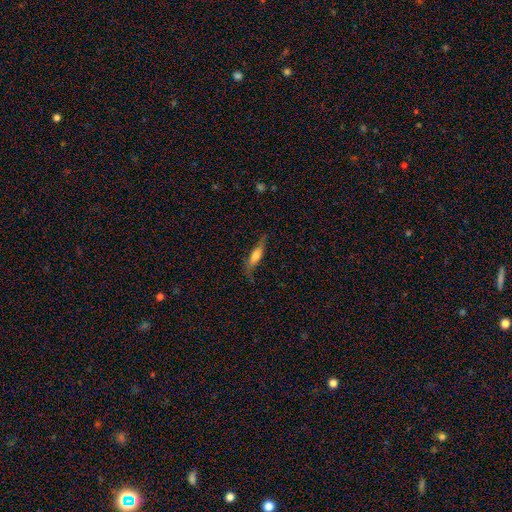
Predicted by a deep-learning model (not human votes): Overall: smooth (49%; featured or disk 44%). Merging: none (71%).